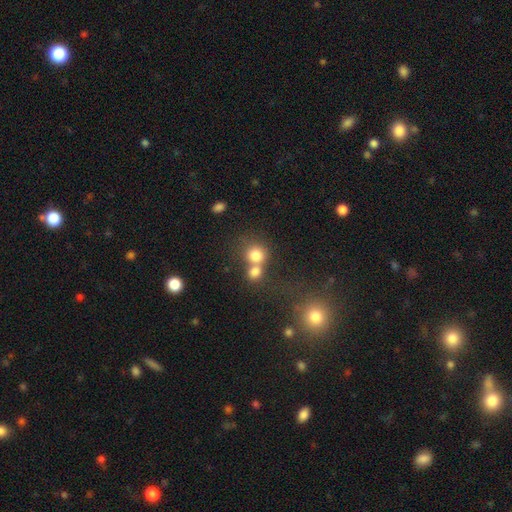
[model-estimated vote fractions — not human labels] This appears to be a smooth galaxy with no disk features (77%) that is round (82%). Merging: merger (51%).